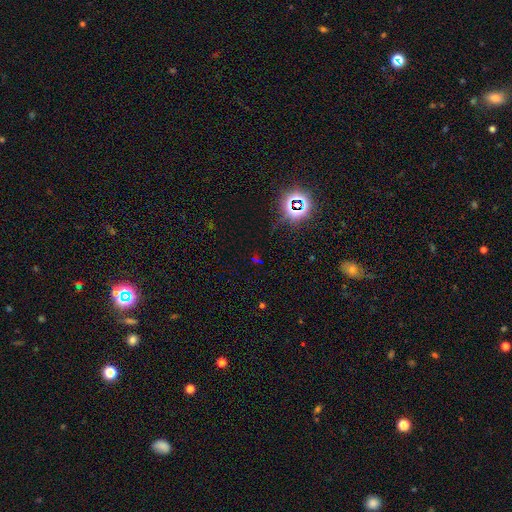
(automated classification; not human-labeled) Q: Smooth or featured?
A: star or artifact (74%); runner-up: smooth (18%)